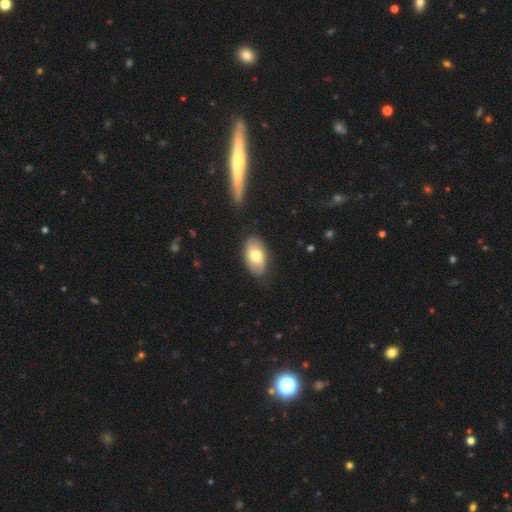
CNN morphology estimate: type=smooth (71%); roundness=in between (93%); merging=none (84%).